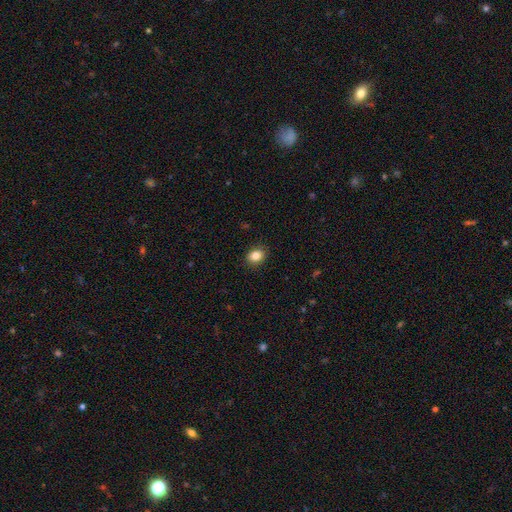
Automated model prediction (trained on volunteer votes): This appears to be a smooth galaxy with no disk features (85%) that is in between round and cigar-shaped (58%). Merging: none (89%).